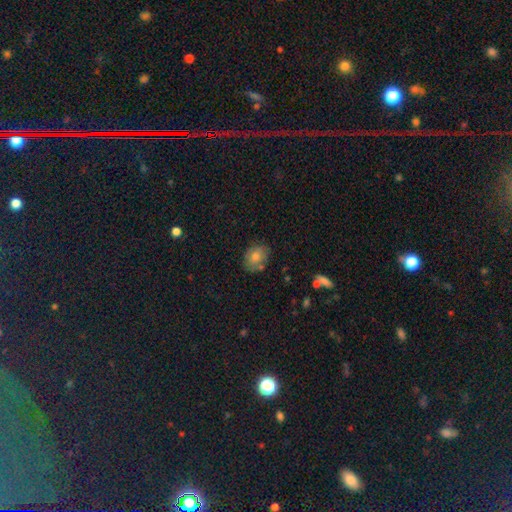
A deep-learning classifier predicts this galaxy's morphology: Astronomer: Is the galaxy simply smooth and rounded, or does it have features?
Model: smooth — 74%.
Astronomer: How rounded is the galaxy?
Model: in between — 65%.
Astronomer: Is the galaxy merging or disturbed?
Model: none — 77%.